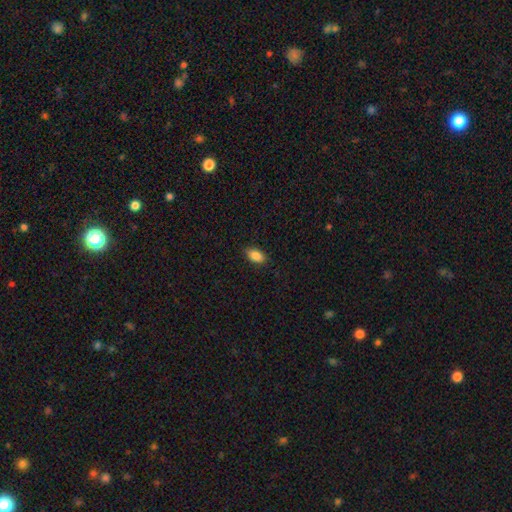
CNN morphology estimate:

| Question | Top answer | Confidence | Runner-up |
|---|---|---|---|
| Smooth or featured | smooth | 87% | star or artifact (8%) |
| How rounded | in between | 90% | cigar-shaped (5%) |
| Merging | none | 87% | minor disturbance (10%) |